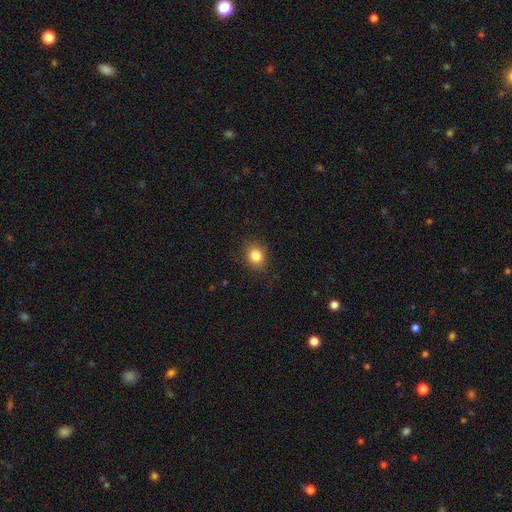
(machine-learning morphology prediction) A smooth galaxy with no disk features (84%) that is round (58%). Merging: none (86%).